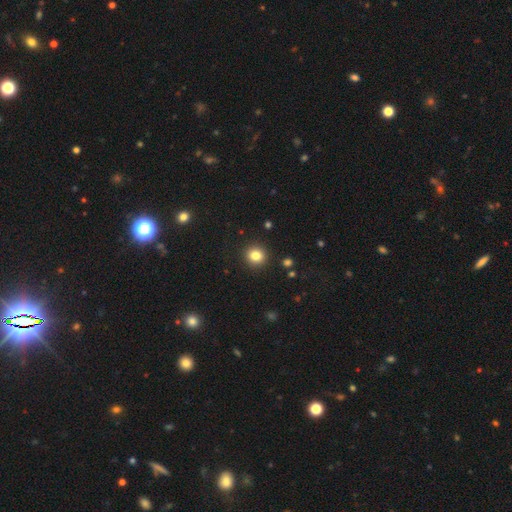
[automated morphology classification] Smooth or featured: smooth — 83% (star or artifact — 11%)
How rounded: round — 87% (in between — 12%)
Merging: none — 91% (minor disturbance — 6%)